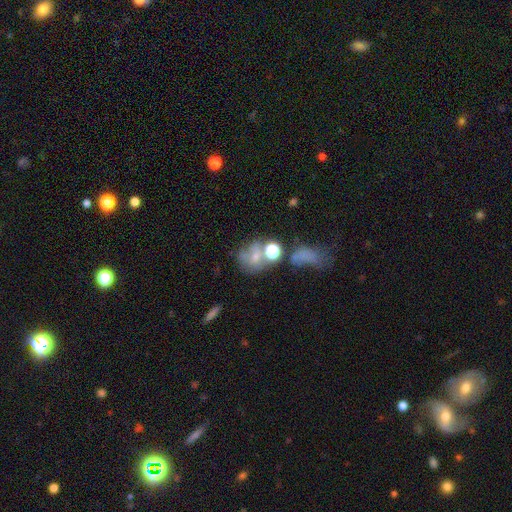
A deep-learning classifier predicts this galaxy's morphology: This is possibly a smooth galaxy (56%). How rounded: likely round (61%). Merging: marginally none (34%).